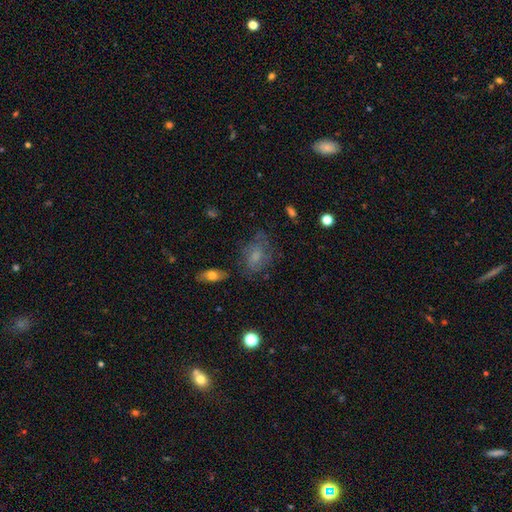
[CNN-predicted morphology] Smooth or featured?
  - smooth: 49% *
  - featured or disk: 38%
  - star or artifact: 14%
Merging?
  - none: 57% *
  - minor disturbance: 24%
  - major disturbance: 16%
  - merger: 3%